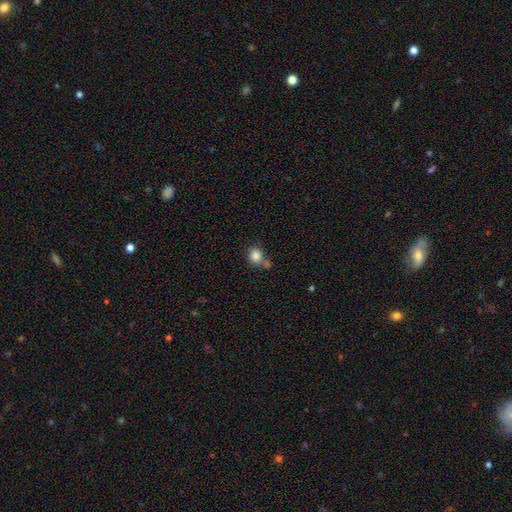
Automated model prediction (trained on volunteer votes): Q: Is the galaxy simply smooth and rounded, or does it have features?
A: smooth — 84%.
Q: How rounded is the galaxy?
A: round — 78%.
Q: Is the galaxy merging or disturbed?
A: none — 57%.